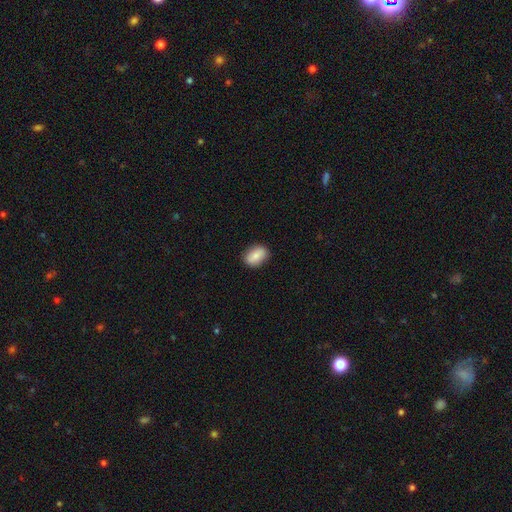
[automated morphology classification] Smooth or featured? Predicted: smooth (p=0.82). How rounded? Predicted: in between (p=0.81). Merging? Predicted: none (p=0.86).